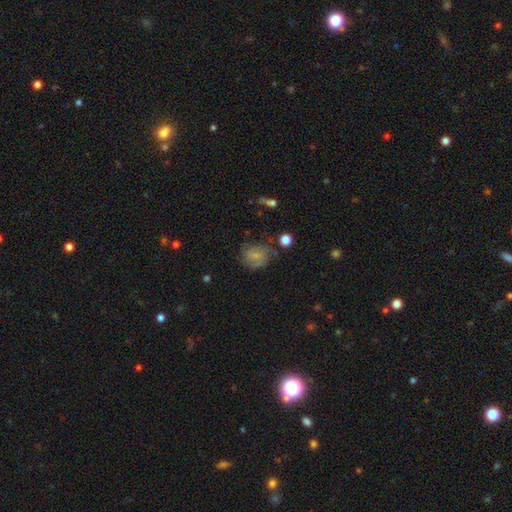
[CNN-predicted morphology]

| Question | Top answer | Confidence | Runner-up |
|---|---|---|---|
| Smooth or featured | smooth | 61% | featured or disk (28%) |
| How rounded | round | 63% | in between (36%) |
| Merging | none | 56% | minor disturbance (26%) |